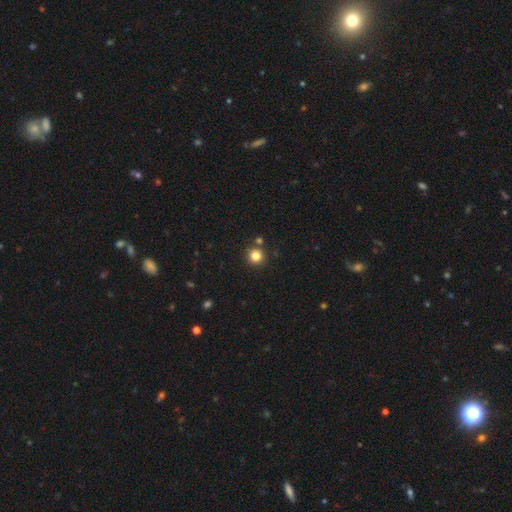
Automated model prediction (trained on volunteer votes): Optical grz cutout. It shows a smooth galaxy with no disk features (82%) that is round (94%). Merging: none (86%).